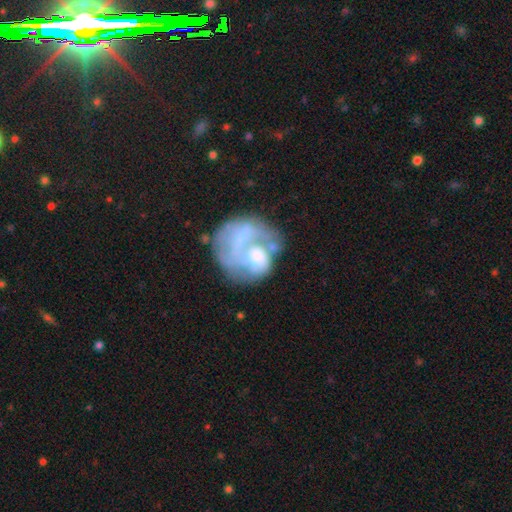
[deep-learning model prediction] smooth-or-featured: featured or disk: 59% | smooth: 32% | star or artifact: 9%
  disk-edge-on: no: 98% | yes: 2%
    bar: no: 79% | weak: 17% | strong: 4%
    has-spiral-arms: no: 58% | yes: 42%
    bulge-size: moderate: 40% | none: 24% | small: 21% | large: 12% | dominant: 3%
  merging: none: 40% | major disturbance: 27% | minor disturbance: 18% | merger: 14%